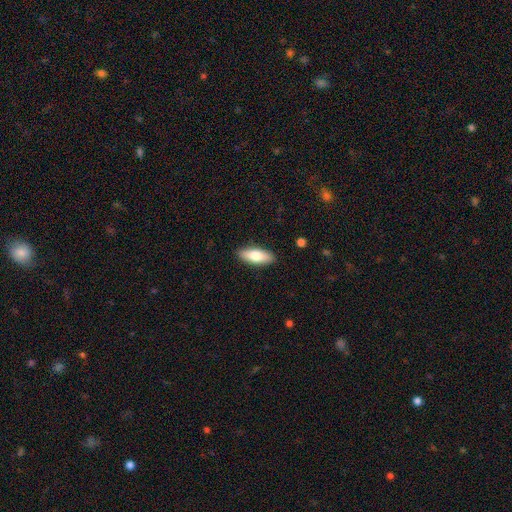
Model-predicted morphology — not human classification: A smooth galaxy with no disk features (76%) that is in between round and cigar-shaped (72%).

Vote fractions:
- Smooth or featured? smooth: 76% / featured or disk: 18% / star or artifact: 6%
- How rounded? in between: 72% / cigar-shaped: 26% / round: 2%
- Merging? none: 89% / minor disturbance: 8% / major disturbance: 2% / merger: 1%